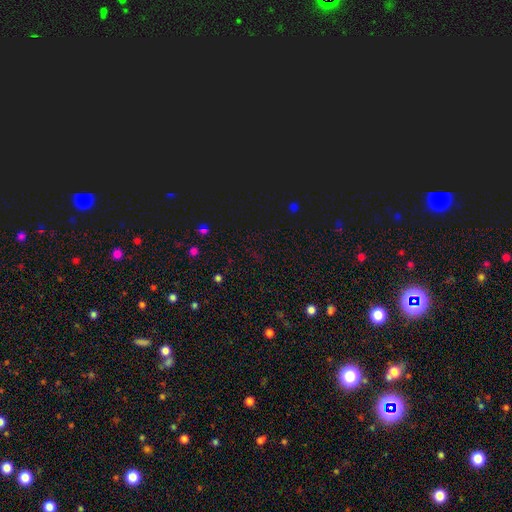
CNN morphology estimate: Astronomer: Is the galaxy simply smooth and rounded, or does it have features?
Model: star or artifact — 68%.